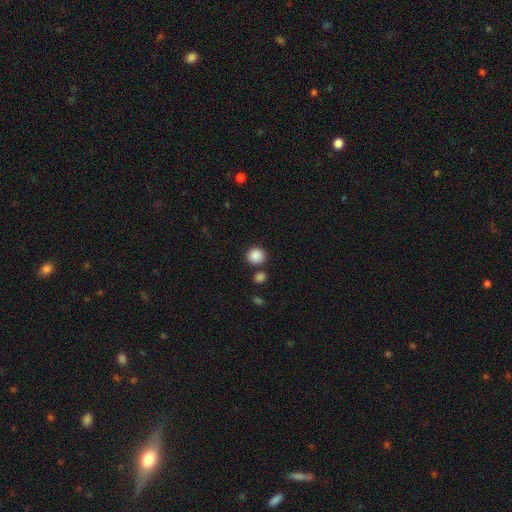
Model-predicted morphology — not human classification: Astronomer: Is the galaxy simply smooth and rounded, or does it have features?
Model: smooth — 88%.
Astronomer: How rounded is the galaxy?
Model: round — 88%.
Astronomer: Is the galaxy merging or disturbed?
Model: none — 80%.